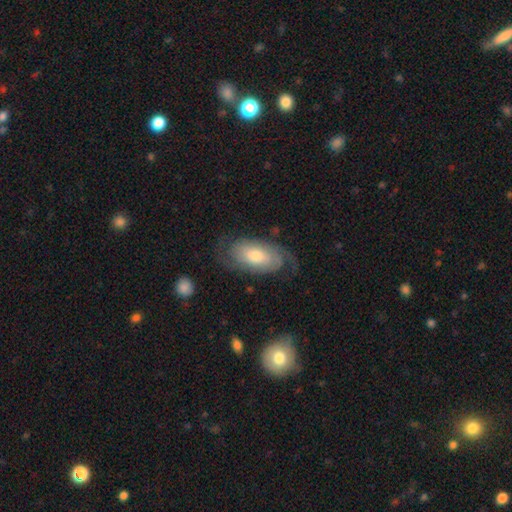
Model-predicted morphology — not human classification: Smooth or featured: featured or disk — 68% (smooth — 26%)
Edge-on disk: no — 93% (yes — 7%)
Bar: no — 68% (weak — 26%)
Spiral arms: yes — 90% (no — 10%)
Spiral winding: tight — 46% (medium — 37%)
Spiral arm count: 2 — 72% (can't tell — 16%)
Bulge size: moderate — 59% (small — 24%)
Merging: none — 69% (minor disturbance — 18%)